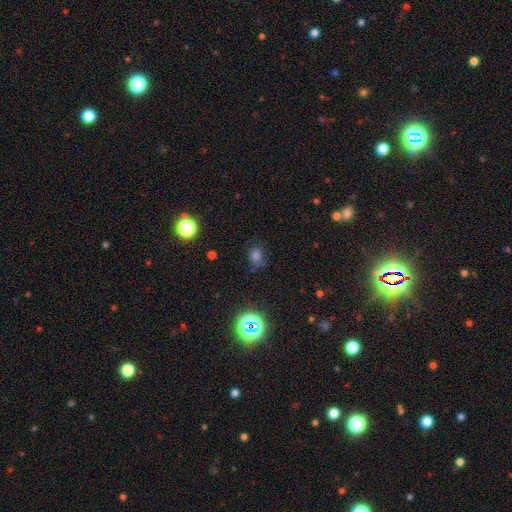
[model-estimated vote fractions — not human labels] smooth-or-featured: smooth: 61% | star or artifact: 30% | featured or disk: 10%
  how-rounded: round: 57% | in between: 42% | cigar-shaped: 1%
  merging: none: 66% | minor disturbance: 22% | major disturbance: 9% | merger: 3%